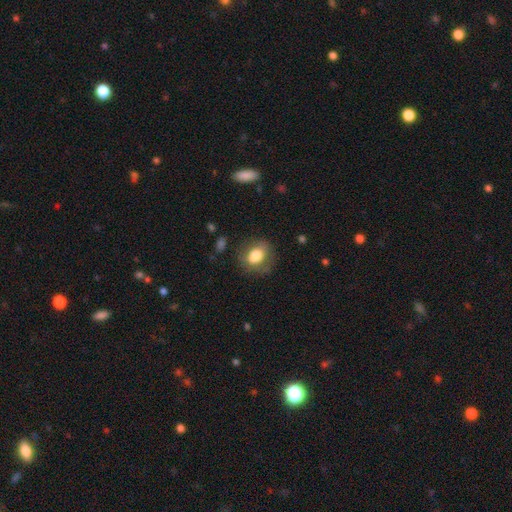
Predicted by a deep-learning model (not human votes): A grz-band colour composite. It shows a smooth galaxy with no disk features (75%) that is in between round and cigar-shaped (55%). Merging: none (69%).